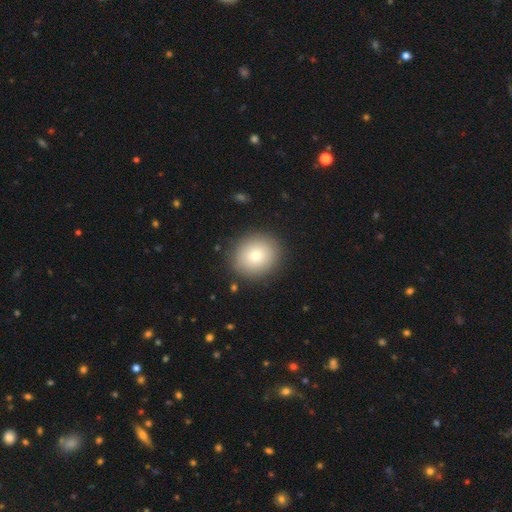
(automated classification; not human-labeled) smooth-or-featured: smooth: 81% | featured or disk: 11% | star or artifact: 8%
  how-rounded: round: 79% | in between: 20% | cigar-shaped: 1%
  merging: none: 87% | minor disturbance: 8% | major disturbance: 3% | merger: 1%